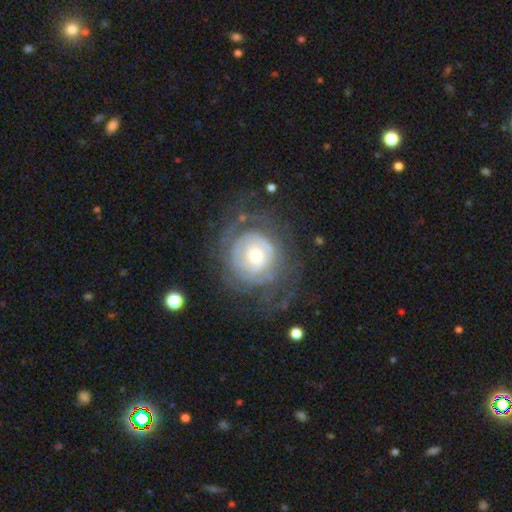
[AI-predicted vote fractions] Smooth or featured? Predicted: featured or disk (p=0.76). Edge-on disk? Predicted: no (p=0.97). Bar? Predicted: no (p=0.79). Spiral arms? Predicted: yes (p=0.79). Spiral winding? Predicted: tight (p=0.73). Spiral arm count? Predicted: can't tell (p=0.55). Bulge size? Predicted: moderate (p=0.45). Merging? Predicted: none (p=0.63).